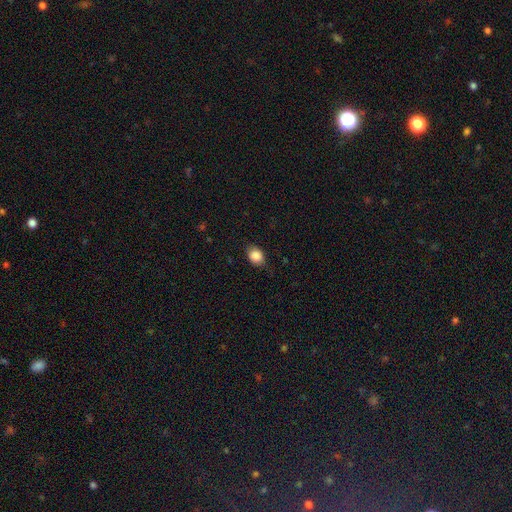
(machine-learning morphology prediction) The model was most divided on "how rounded": in between: 59%, round: 40%, cigar-shaped: 1%. More confident: smooth or featured — smooth (86%); merging — none (78%).